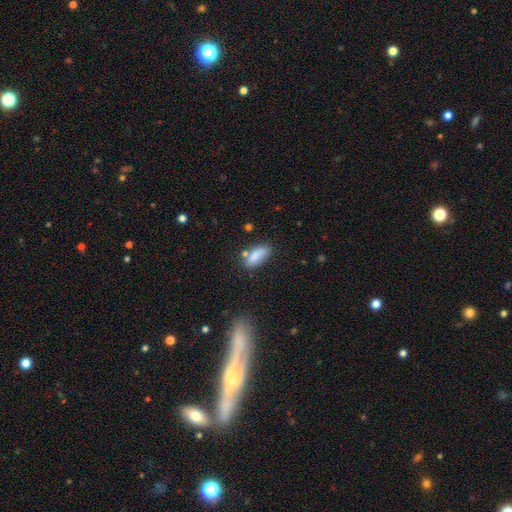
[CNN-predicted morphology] Smooth or featured: smooth — 80% (featured or disk — 11%)
How rounded: in between — 77% (cigar-shaped — 20%)
Merging: none — 59% (minor disturbance — 23%)